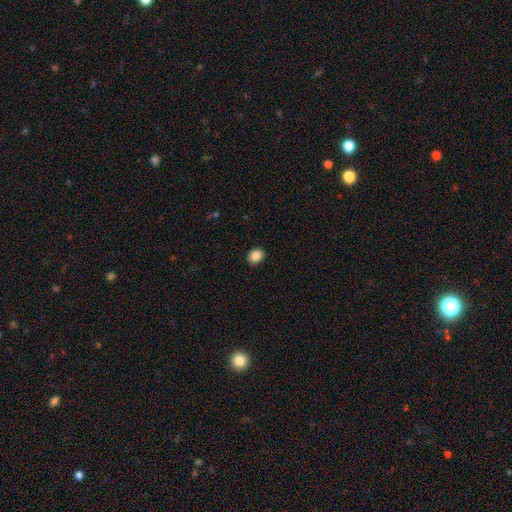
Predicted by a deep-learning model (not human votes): smooth_or_featured: smooth (p=0.86) [alt: star or artifact p=0.09]
how_rounded: round (p=0.57) [alt: in between p=0.42]
merging: none (p=0.90) [alt: minor disturbance p=0.07]